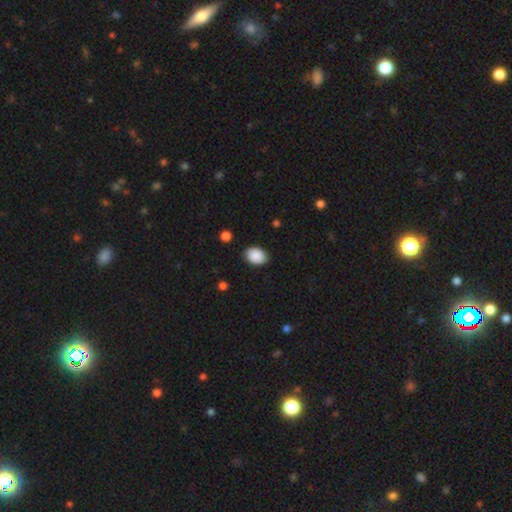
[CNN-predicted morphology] Smooth or featured?
  - smooth: 90% *
  - star or artifact: 7%
  - featured or disk: 3%
How rounded?
  - in between: 75% *
  - round: 24%
  - cigar-shaped: 1%
Merging?
  - none: 85% *
  - minor disturbance: 11%
  - major disturbance: 2%
  - merger: 1%